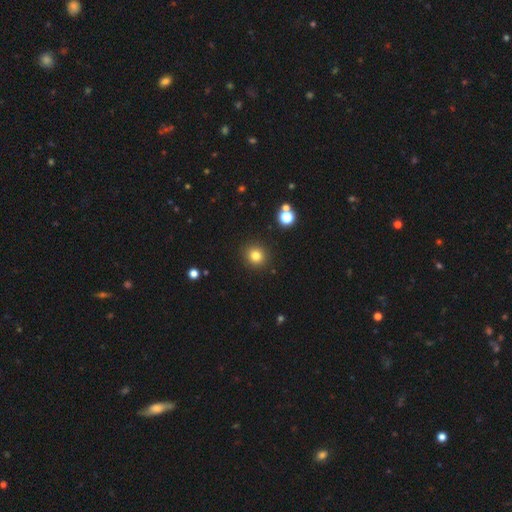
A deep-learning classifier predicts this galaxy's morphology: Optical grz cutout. It shows a smooth galaxy with no disk features (80%) that is round (90%). Merging: none (90%).